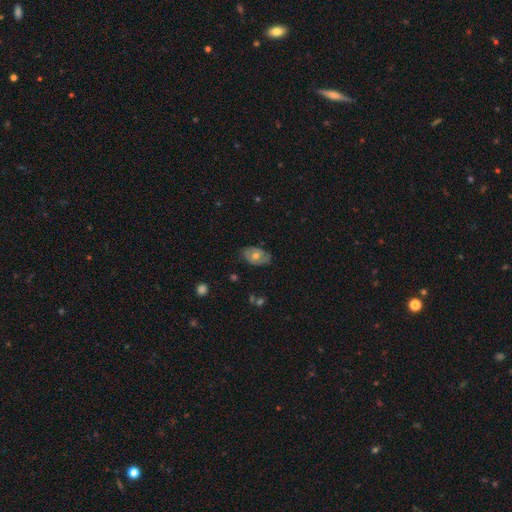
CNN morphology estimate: smooth-or-featured: featured or disk: 48% | smooth: 44% | star or artifact: 8%
  merging: none: 74% | minor disturbance: 20% | major disturbance: 4% | merger: 1%